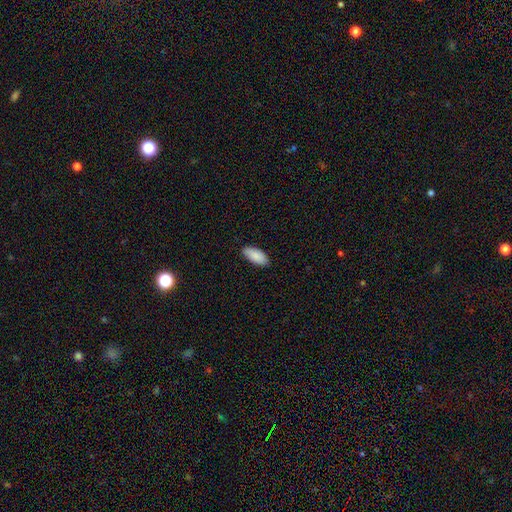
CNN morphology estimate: type=smooth (90%); roundness=in between (90%); merging=none (87%).